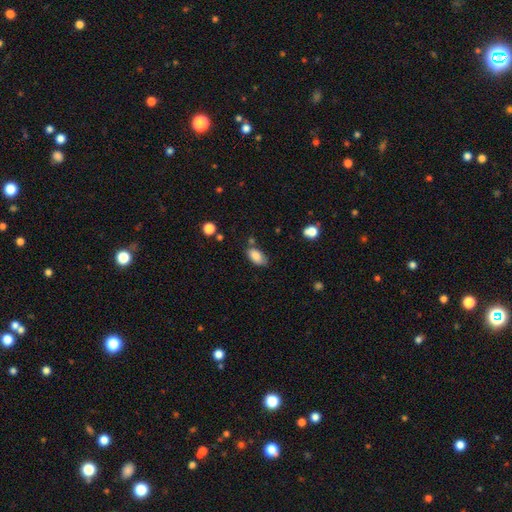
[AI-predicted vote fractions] Smooth or featured?
  - smooth: 84% *
  - featured or disk: 8%
  - star or artifact: 8%
How rounded?
  - in between: 93% *
  - round: 4%
  - cigar-shaped: 3%
Merging?
  - none: 67% *
  - minor disturbance: 22%
  - merger: 6%
  - major disturbance: 5%